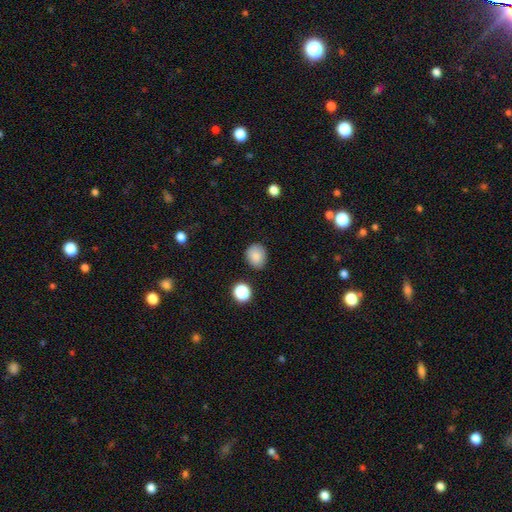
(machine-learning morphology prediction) smooth_or_featured: smooth (p=0.85) [alt: star or artifact p=0.10]
how_rounded: round (p=0.58) [alt: in between p=0.41]
merging: none (p=0.82) [alt: minor disturbance p=0.13]